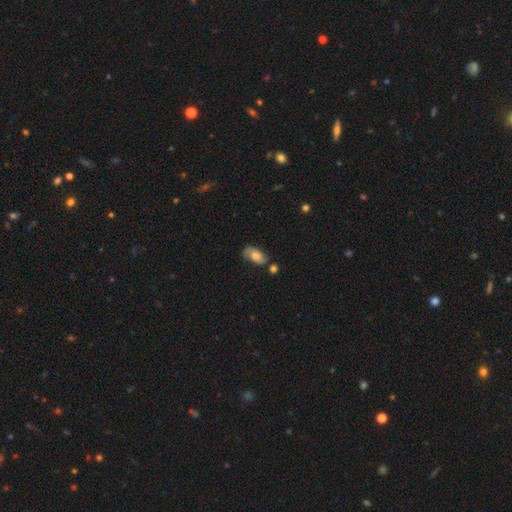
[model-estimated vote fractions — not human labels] Smooth or featured: smooth — 61% (featured or disk — 31%)
How rounded: in between — 91% (round — 5%)
Merging: none — 61% (minor disturbance — 23%)